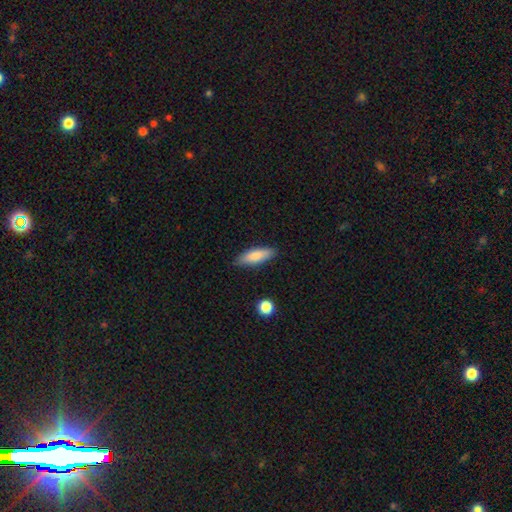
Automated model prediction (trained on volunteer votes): Q: Smooth or featured?
A: smooth (80%); runner-up: featured or disk (14%)
Q: How rounded?
A: in between (50%); runner-up: cigar-shaped (48%)
Q: Merging?
A: none (85%); runner-up: minor disturbance (11%)